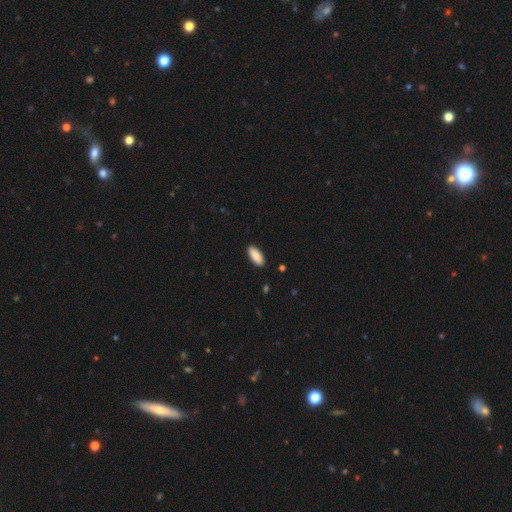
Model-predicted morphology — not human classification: smooth_or_featured: smooth (p=0.88) [alt: featured or disk p=0.07]
how_rounded: in between (p=0.86) [alt: cigar-shaped p=0.12]
merging: none (p=0.90) [alt: minor disturbance p=0.08]